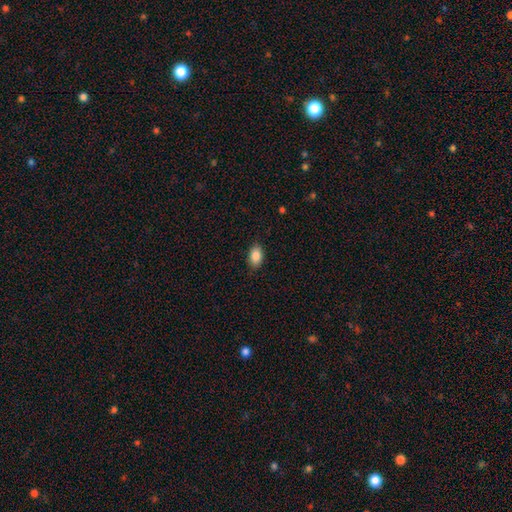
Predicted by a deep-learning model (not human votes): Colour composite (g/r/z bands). It shows a smooth galaxy with no disk features (87%) that is in between round and cigar-shaped (89%). Merging: none (86%).